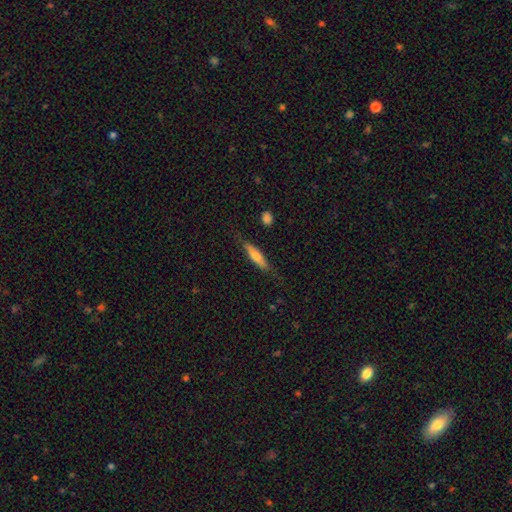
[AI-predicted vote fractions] A smooth galaxy with no disk features (54%) that is cigar-shaped (77%). Merging: none (76%).